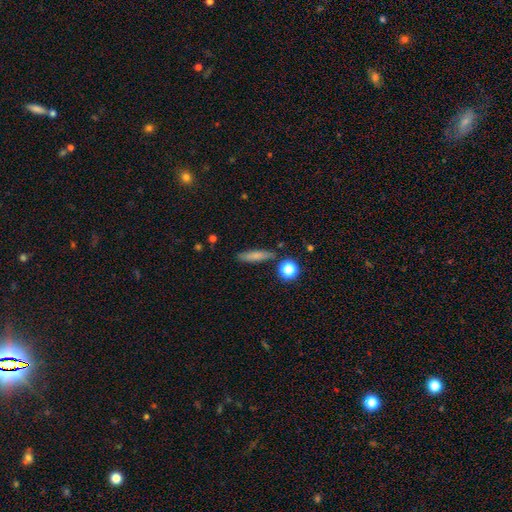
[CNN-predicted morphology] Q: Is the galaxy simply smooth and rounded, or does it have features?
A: smooth — 74%.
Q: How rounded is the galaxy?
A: cigar-shaped — 75%.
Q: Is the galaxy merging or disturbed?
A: none — 83%.